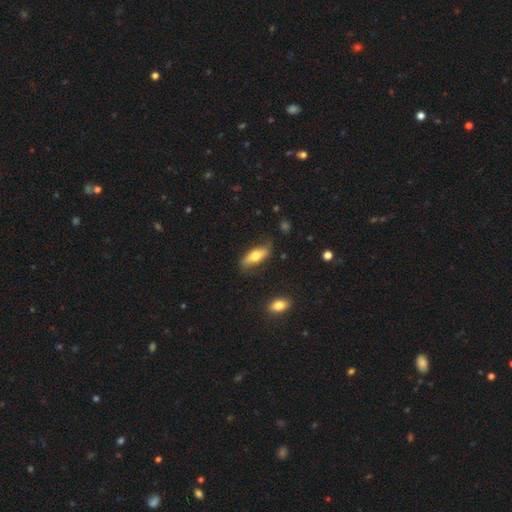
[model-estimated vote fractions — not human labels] A smooth galaxy with no disk features (64%) that is in between round and cigar-shaped (67%). Merging: none (77%).